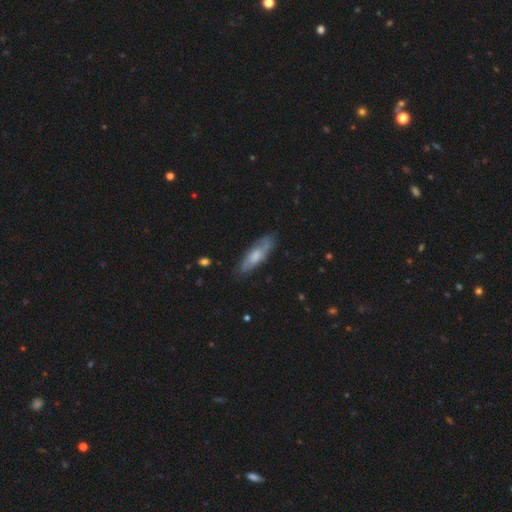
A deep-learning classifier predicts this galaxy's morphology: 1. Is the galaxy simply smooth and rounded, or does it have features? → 52% featured or disk, 42% smooth, 6% star or artifact.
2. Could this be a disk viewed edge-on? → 69% no, 31% yes.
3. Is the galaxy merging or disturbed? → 77% none, 17% minor disturbance, 5% major disturbance, 2% merger.